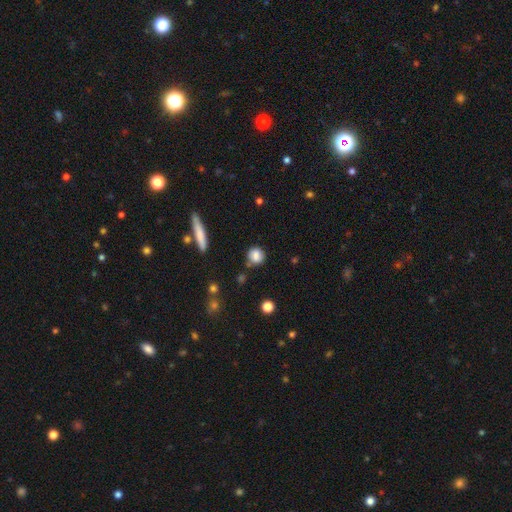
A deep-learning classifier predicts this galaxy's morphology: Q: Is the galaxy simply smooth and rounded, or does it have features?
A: smooth — 83%.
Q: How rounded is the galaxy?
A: round — 81%.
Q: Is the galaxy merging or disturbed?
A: none — 74%.